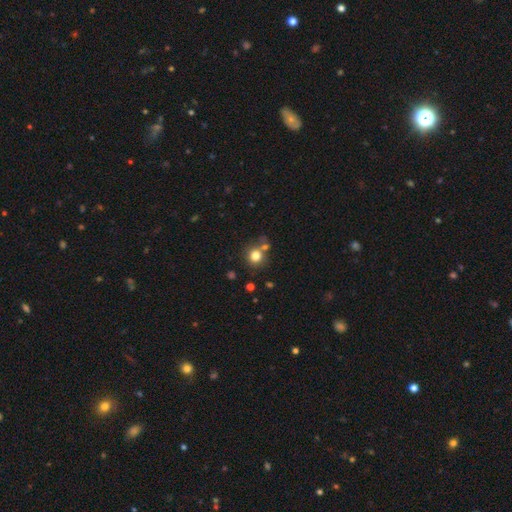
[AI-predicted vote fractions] Q: Smooth or featured?
A: smooth (79%); runner-up: star or artifact (13%)
Q: How rounded?
A: round (87%); runner-up: in between (12%)
Q: Merging?
A: none (66%); runner-up: merger (19%)